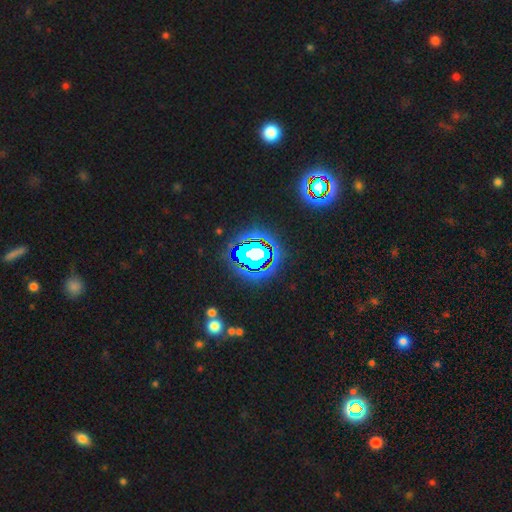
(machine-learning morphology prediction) The model was most divided on "smooth or featured": star or artifact: 66%, featured or disk: 18%, smooth: 17%.